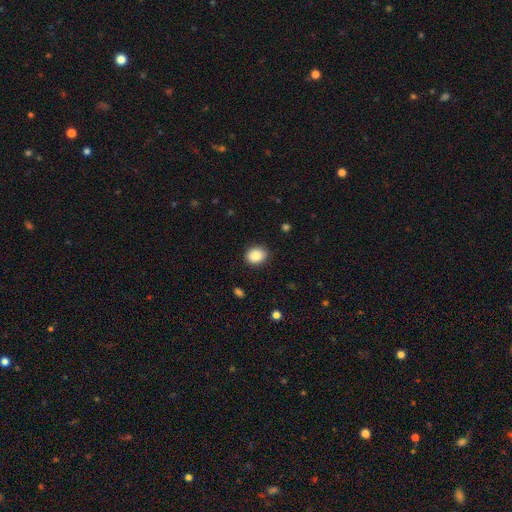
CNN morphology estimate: The model was most divided on "how rounded": in between: 50%, round: 49%, cigar-shaped: 1%. More confident: smooth or featured — smooth (88%); merging — none (87%).